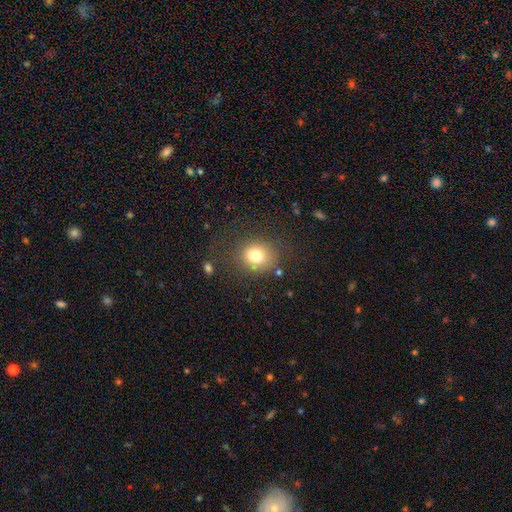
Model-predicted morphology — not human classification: This appears to be a smooth galaxy with no disk features (77%) that is round (72%). Merging: none (76%).